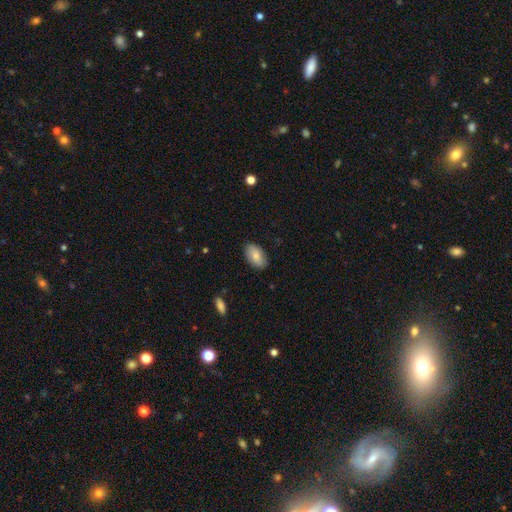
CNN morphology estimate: This is likely a smooth galaxy (80%). How rounded: clearly in between (94%). Merging: clearly none (86%).